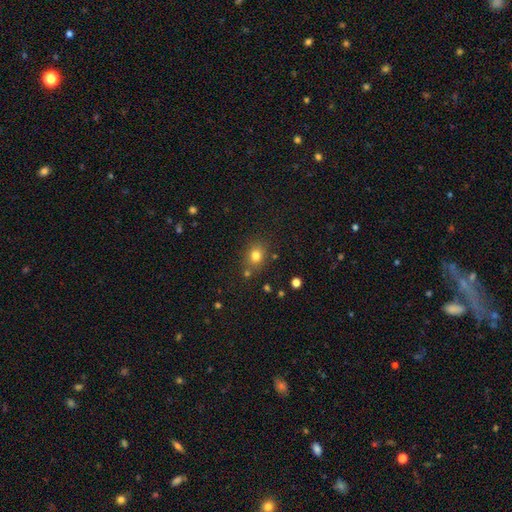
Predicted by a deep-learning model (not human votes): A smooth galaxy with no disk features (78%) that is round (62%). Merging: none (76%).